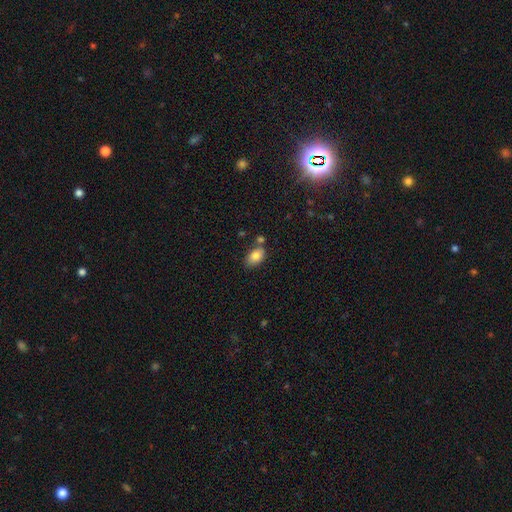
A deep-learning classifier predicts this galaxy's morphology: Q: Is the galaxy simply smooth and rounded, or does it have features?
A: smooth — 83%.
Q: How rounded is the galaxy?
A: in between — 90%.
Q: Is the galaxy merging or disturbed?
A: none — 67%.